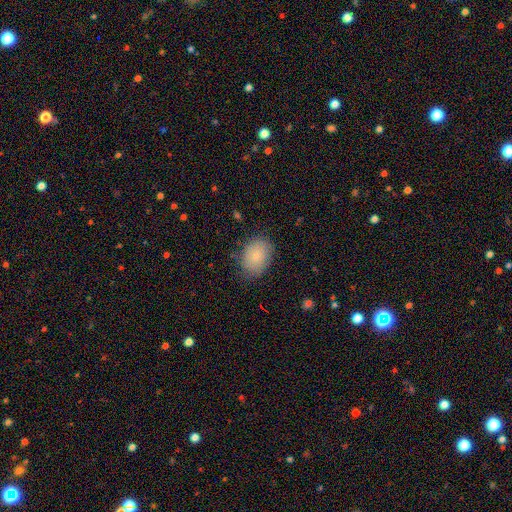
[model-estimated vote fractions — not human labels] Smooth or featured? Predicted: smooth (p=0.81). How rounded? Predicted: in between (p=0.77). Merging? Predicted: none (p=0.76).